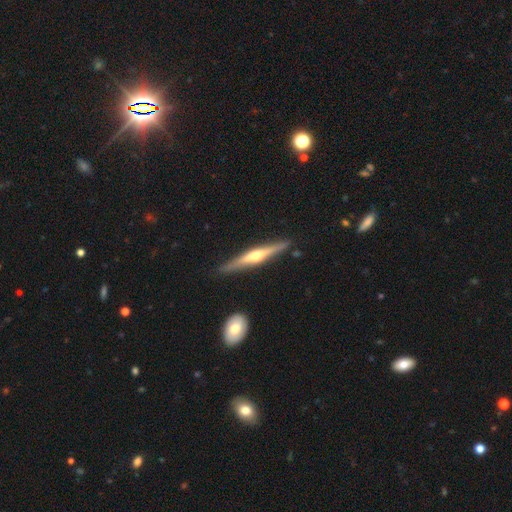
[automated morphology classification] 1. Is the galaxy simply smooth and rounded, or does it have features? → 71% featured or disk, 24% smooth, 5% star or artifact.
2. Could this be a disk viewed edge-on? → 97% yes, 3% no.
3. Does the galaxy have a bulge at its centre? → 87% rounded, 7% none, 6% boxy.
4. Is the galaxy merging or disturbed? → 87% none, 10% minor disturbance, 2% merger, 2% major disturbance.